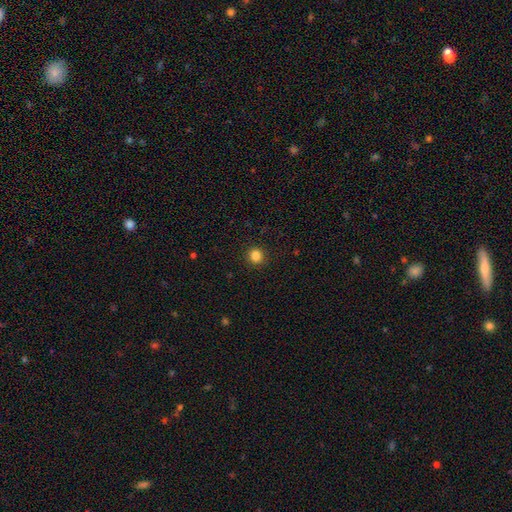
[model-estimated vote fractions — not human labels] This appears to be a smooth galaxy with no disk features (84%) that is round (93%). Merging: none (92%).